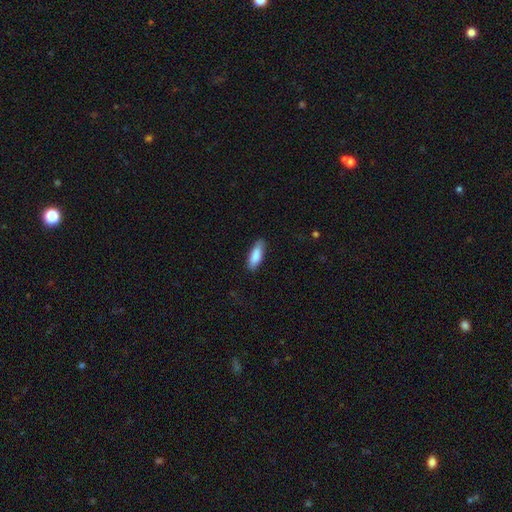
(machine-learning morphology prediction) smooth 87%, featured or disk 7%, star or artifact 6%. Down the decision tree: how rounded — in between (65%); merging — none (83%).